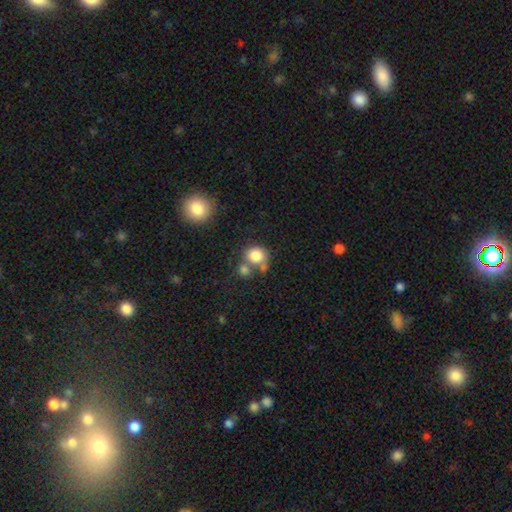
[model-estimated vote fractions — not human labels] smooth-or-featured: smooth: 82% | star or artifact: 10% | featured or disk: 8%
  how-rounded: round: 82% | in between: 17% | cigar-shaped: 1%
  merging: none: 55% | merger: 29% | minor disturbance: 11% | major disturbance: 5%